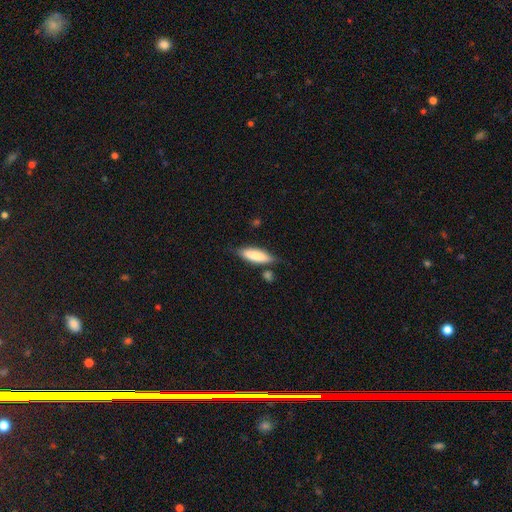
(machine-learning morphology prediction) The model was most divided on "how rounded": cigar-shaped: 57%, in between: 41%, round: 2%. More confident: smooth or featured — smooth (77%); merging — none (69%).